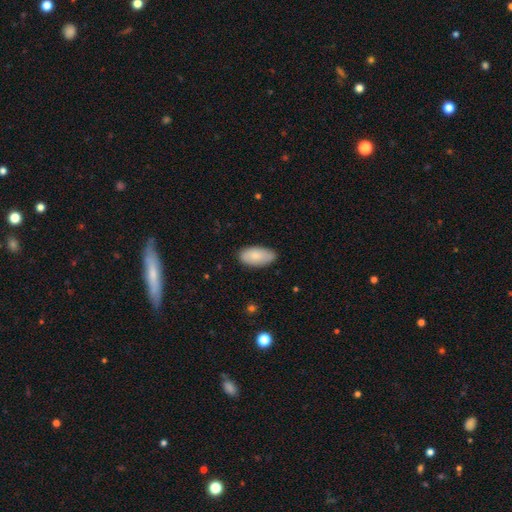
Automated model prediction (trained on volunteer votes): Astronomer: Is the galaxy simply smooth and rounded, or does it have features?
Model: smooth — 83%.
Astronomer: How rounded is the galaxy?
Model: in between — 94%.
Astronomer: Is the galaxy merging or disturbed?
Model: none — 81%.